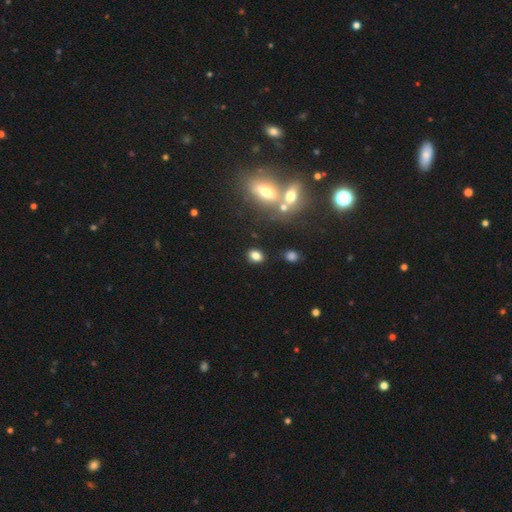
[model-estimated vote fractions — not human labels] Q: Smooth or featured?
A: smooth (80%); runner-up: star or artifact (13%)
Q: How rounded?
A: in between (58%); runner-up: round (40%)
Q: Merging?
A: none (80%); runner-up: minor disturbance (10%)